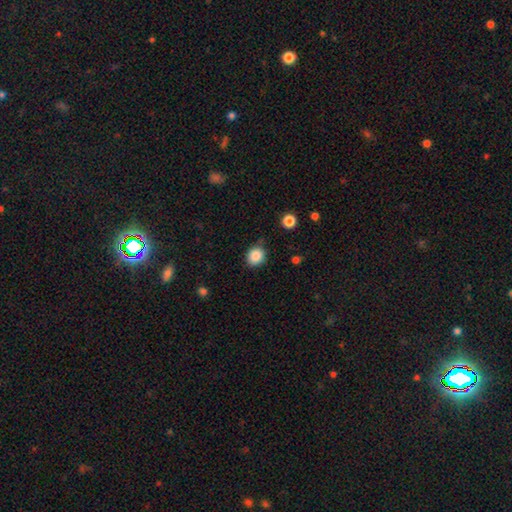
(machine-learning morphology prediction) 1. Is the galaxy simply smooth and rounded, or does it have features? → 87% smooth, 9% star or artifact, 4% featured or disk.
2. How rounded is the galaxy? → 70% round, 29% in between, 1% cigar-shaped.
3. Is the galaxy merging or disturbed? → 80% none, 14% minor disturbance, 3% major disturbance, 3% merger.